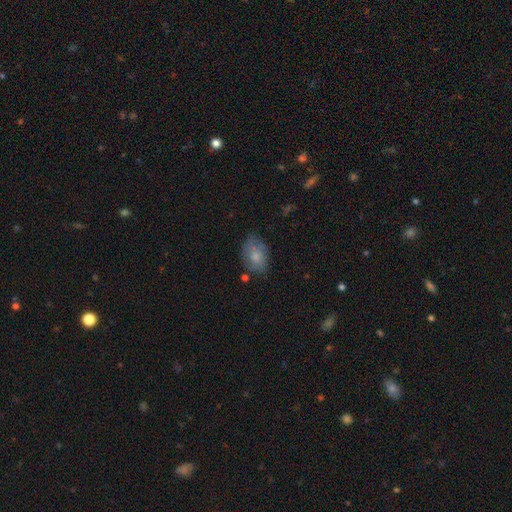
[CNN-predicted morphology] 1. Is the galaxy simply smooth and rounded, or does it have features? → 71% smooth, 21% featured or disk, 8% star or artifact.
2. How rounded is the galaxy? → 82% in between, 17% round, 1% cigar-shaped.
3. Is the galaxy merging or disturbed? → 61% none, 27% minor disturbance, 8% major disturbance, 4% merger.